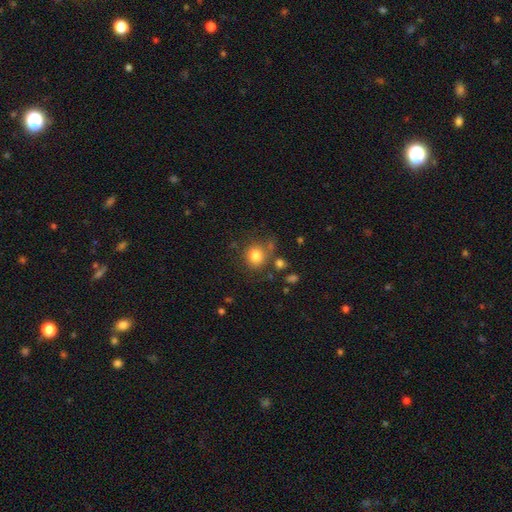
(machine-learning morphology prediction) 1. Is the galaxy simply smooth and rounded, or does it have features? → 81% smooth, 11% star or artifact, 8% featured or disk.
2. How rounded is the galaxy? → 83% round, 16% in between, 1% cigar-shaped.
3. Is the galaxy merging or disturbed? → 71% none, 14% minor disturbance, 8% merger, 6% major disturbance.